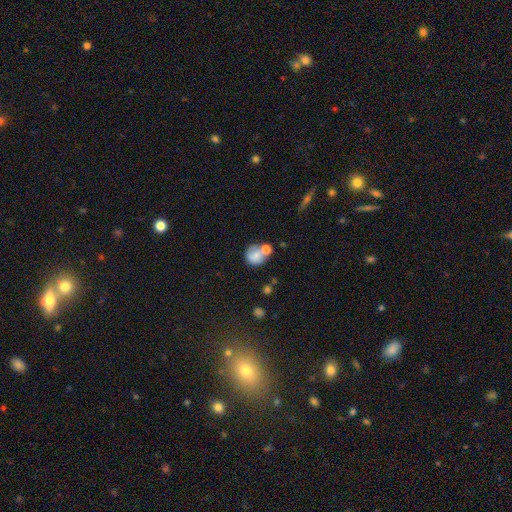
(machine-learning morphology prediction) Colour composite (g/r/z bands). It shows a smooth galaxy with no disk features (72%) that is round (74%). Merging: none (37%, tied with merger).